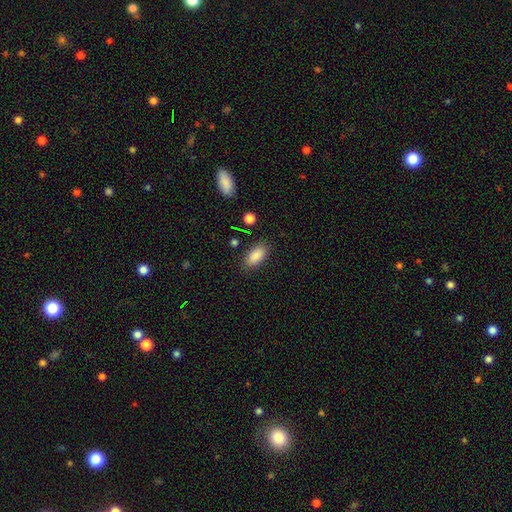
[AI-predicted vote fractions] Smooth or featured? smooth (87%)
How rounded? in between (89%)
Merging? none (85%)